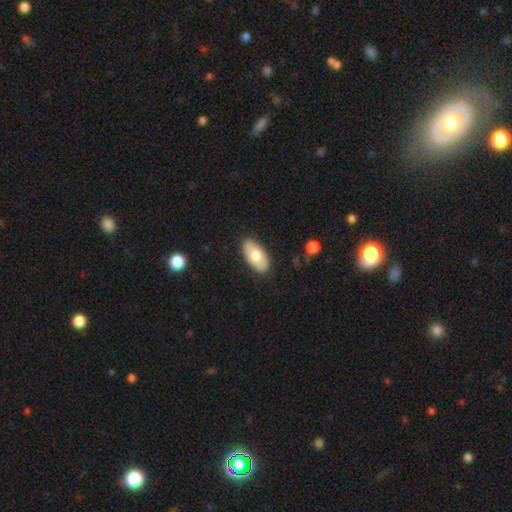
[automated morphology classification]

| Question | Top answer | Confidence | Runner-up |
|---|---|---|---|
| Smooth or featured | smooth | 70% | featured or disk (24%) |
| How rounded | in between | 94% | round (3%) |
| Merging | none | 86% | minor disturbance (11%) |